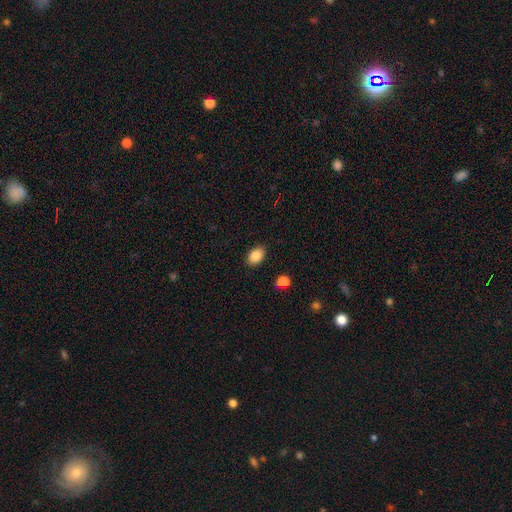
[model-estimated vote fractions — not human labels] This is clearly a smooth galaxy (88%). How rounded: clearly in between (84%). Merging: clearly none (87%).